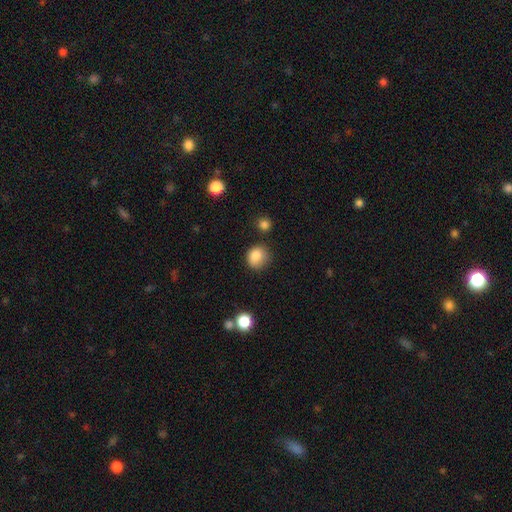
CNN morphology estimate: Smooth or featured? Predicted: smooth (p=0.84). How rounded? Predicted: round (p=0.80). Merging? Predicted: none (p=0.67).